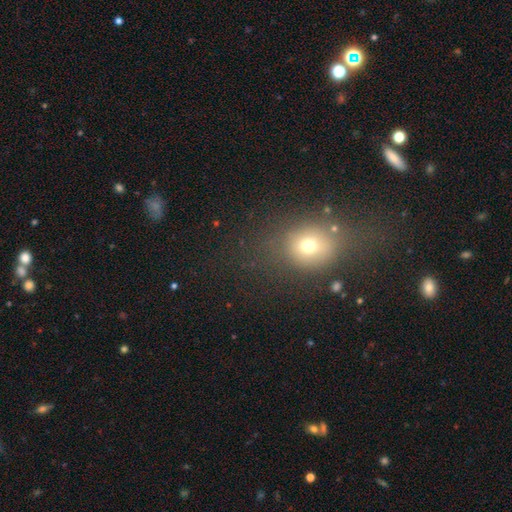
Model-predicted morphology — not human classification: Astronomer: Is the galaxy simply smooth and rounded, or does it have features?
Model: smooth — 55% (runner-up: star or artifact, 31%).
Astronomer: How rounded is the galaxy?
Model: in between — 50% (runner-up: round, 45%).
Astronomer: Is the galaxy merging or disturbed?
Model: none — 75%.